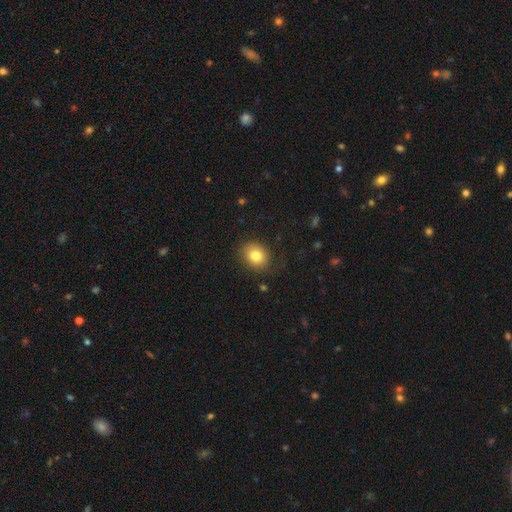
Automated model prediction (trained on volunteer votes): smooth_or_featured: smooth (p=0.81) [alt: star or artifact p=0.10]
how_rounded: round (p=0.59) [alt: in between p=0.40]
merging: none (p=0.80) [alt: minor disturbance p=0.14]